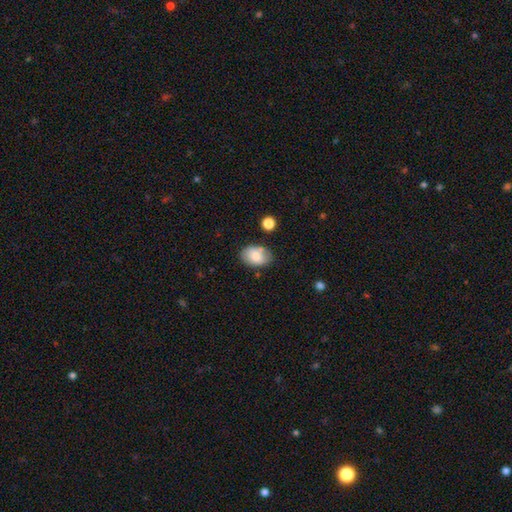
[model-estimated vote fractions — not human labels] A smooth galaxy with no disk features (79%) that is in between round and cigar-shaped (85%). Merging: none (71%).